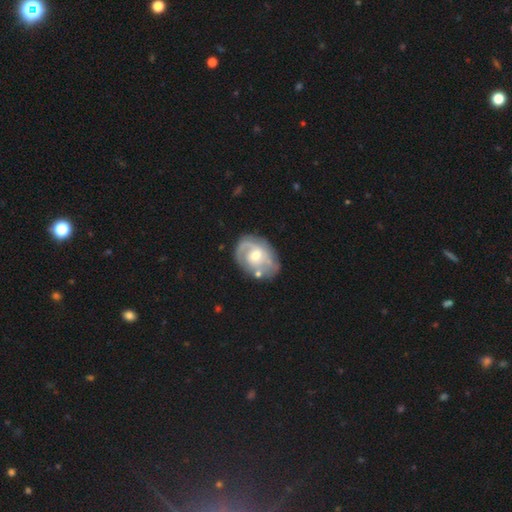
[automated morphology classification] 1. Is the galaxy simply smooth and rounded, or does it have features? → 79% featured or disk, 16% smooth, 5% star or artifact.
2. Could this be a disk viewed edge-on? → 97% no, 3% yes.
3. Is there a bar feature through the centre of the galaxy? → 60% no, 34% weak, 6% strong.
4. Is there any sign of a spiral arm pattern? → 89% yes, 11% no.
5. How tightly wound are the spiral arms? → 46% tight, 37% medium, 16% loose.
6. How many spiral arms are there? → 42% 2, 25% 1, 21% can't tell, 8% 3, 2% 4, 2% more than 4.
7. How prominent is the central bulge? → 61% moderate, 32% small, 5% large, 1% none, 1% dominant.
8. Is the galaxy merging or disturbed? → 65% none, 20% minor disturbance, 9% major disturbance, 6% merger.